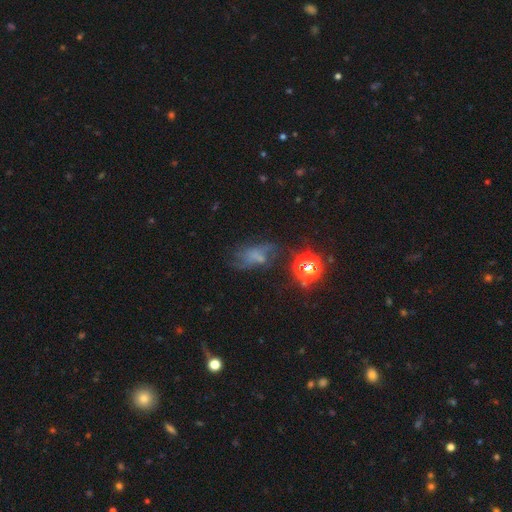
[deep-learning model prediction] This is marginally a featured or disk galaxy (41%). Merging: marginally none (42%).